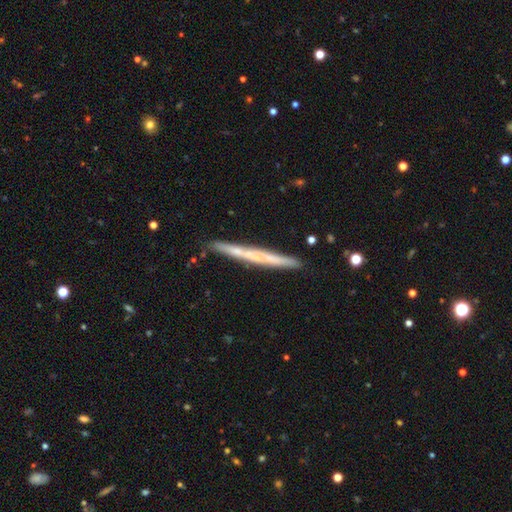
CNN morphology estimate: featured or disk 51%, smooth 42%, star or artifact 7%. Down the decision tree: edge-on disk — yes (95%); merging — none (86%).